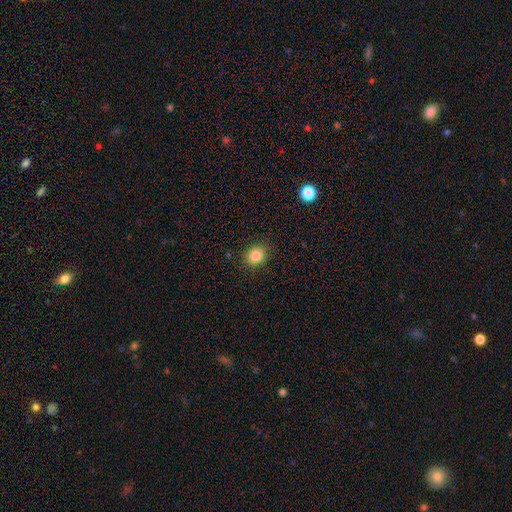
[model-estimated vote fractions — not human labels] Q: Smooth or featured?
A: smooth (85%); runner-up: star or artifact (11%)
Q: How rounded?
A: round (71%); runner-up: in between (29%)
Q: Merging?
A: none (88%); runner-up: minor disturbance (9%)